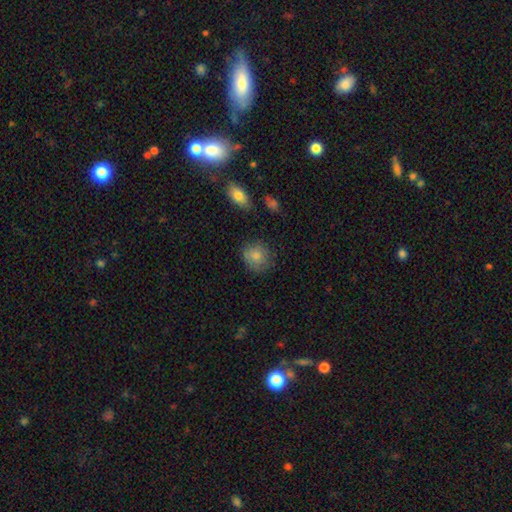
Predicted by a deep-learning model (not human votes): The model was most divided on "merging": none: 76%, minor disturbance: 17%, major disturbance: 5%, merger: 2%. More confident: smooth or featured — smooth (82%); how rounded — round (82%).